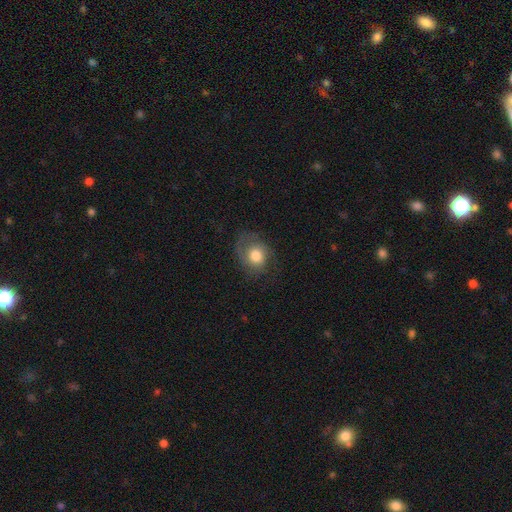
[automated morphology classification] A smooth galaxy with no disk features (62%) that is round (64%). Merging: none (60%).